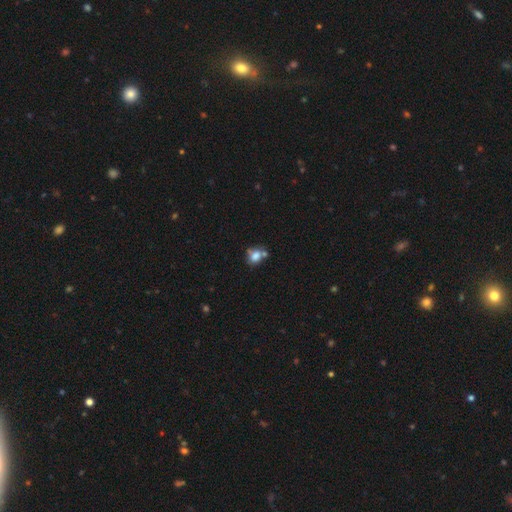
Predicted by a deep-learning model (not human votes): Smooth or featured? smooth (75%)
How rounded? in between (49%, tied with round)
Merging? none (45%)